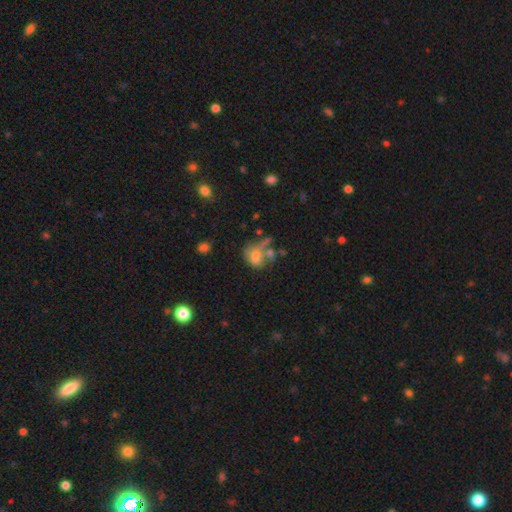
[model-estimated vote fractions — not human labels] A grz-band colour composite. It shows a smooth galaxy with no disk features (57%) that is in between round and cigar-shaped (61%). Merging: merger (32%).